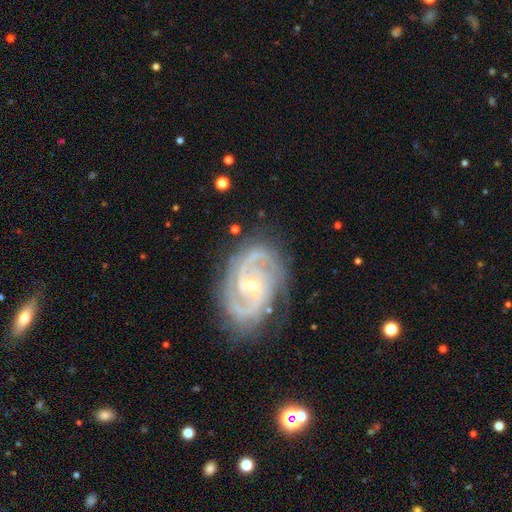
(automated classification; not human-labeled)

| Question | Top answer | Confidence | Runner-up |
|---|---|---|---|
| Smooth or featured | featured or disk | 89% | star or artifact (6%) |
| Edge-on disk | no | 98% | yes (2%) |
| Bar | no | 54% | weak (34%) |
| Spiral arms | yes | 97% | no (3%) |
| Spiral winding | medium | 47% | tight (43%) |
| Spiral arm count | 2 | 72% | 3 (11%) |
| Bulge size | small | 68% | moderate (28%) |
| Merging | none | 69% | minor disturbance (18%) |